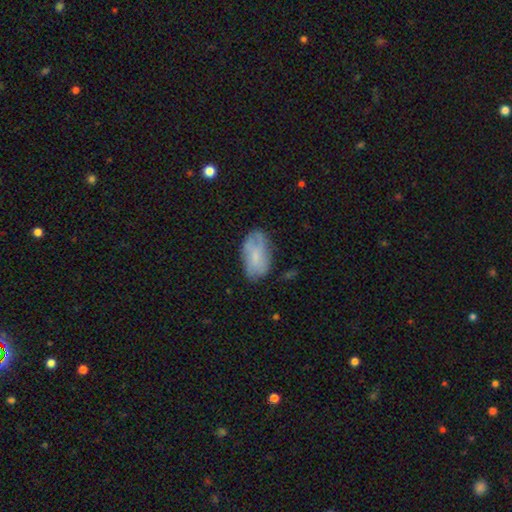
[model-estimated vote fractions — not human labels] smooth 63%, featured or disk 29%, star or artifact 8%. Down the decision tree: how rounded — in between (93%); merging — none (60%).